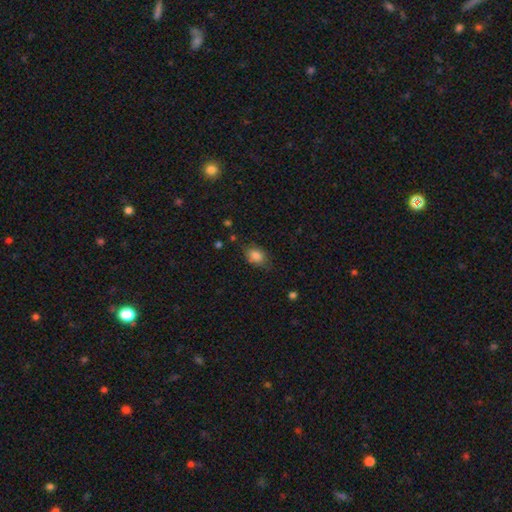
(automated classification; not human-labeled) Smooth or featured? Predicted: smooth (p=0.84). How rounded? Predicted: in between (p=0.71). Merging? Predicted: none (p=0.74).